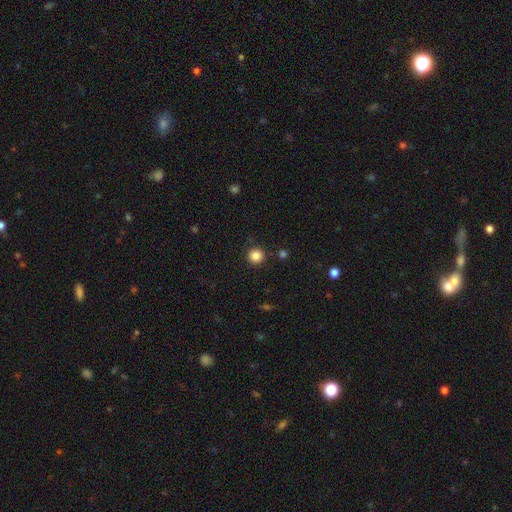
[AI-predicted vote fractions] This appears to be a smooth galaxy with no disk features (85%) that is round (94%). Merging: none (90%).